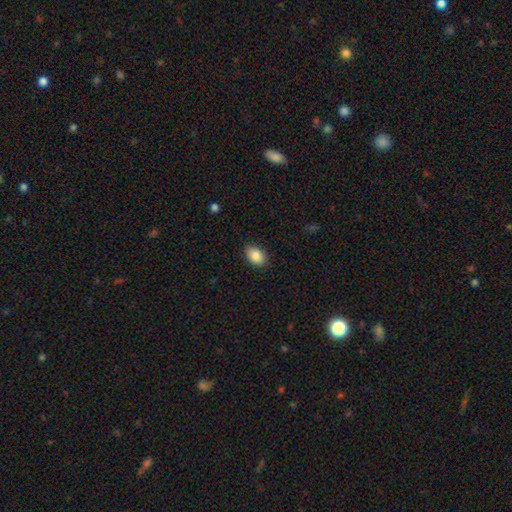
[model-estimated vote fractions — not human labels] Smooth or featured?
  - smooth: 87% *
  - star or artifact: 8%
  - featured or disk: 5%
How rounded?
  - in between: 87% *
  - round: 12%
  - cigar-shaped: 1%
Merging?
  - none: 86% *
  - minor disturbance: 11%
  - major disturbance: 2%
  - merger: 1%